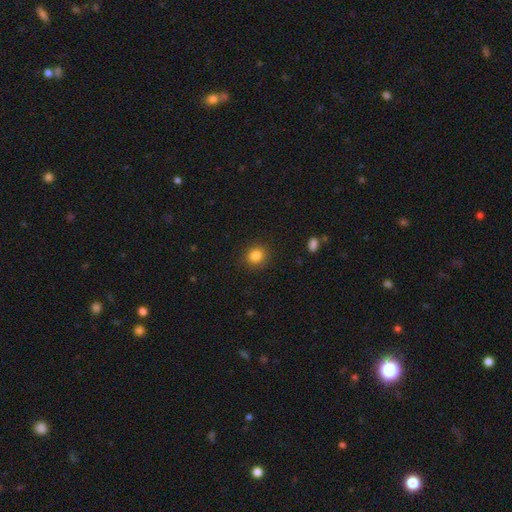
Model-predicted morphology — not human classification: smooth_or_featured: smooth (p=0.84) [alt: star or artifact p=0.11]
how_rounded: round (p=0.84) [alt: in between p=0.15]
merging: none (p=0.89) [alt: minor disturbance p=0.07]